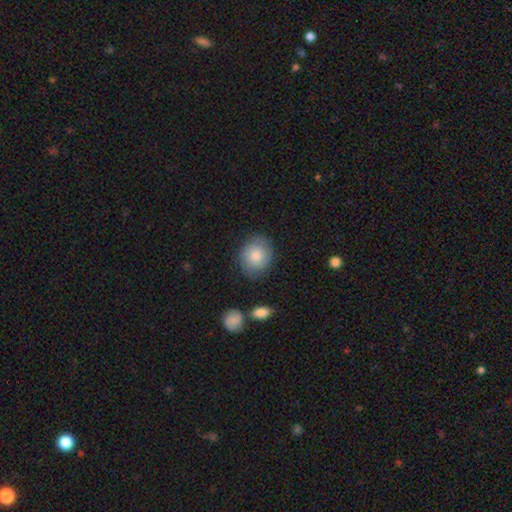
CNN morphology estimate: smooth 73%, featured or disk 20%, star or artifact 8%. Down the decision tree: how rounded — round (70%); merging — none (80%).